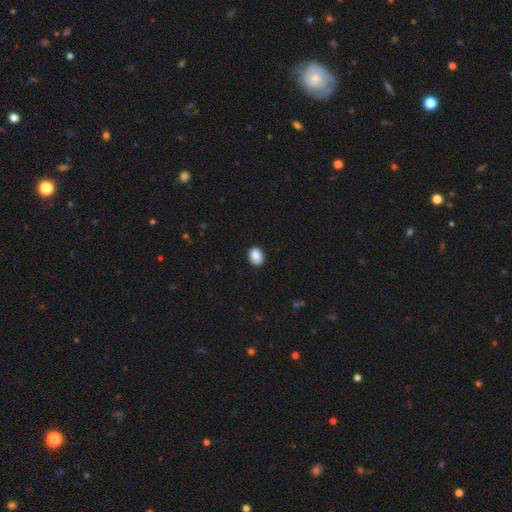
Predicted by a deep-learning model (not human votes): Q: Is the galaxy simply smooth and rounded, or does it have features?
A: smooth — 89%.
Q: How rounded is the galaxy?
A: in between — 76%.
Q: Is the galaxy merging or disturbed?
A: none — 89%.